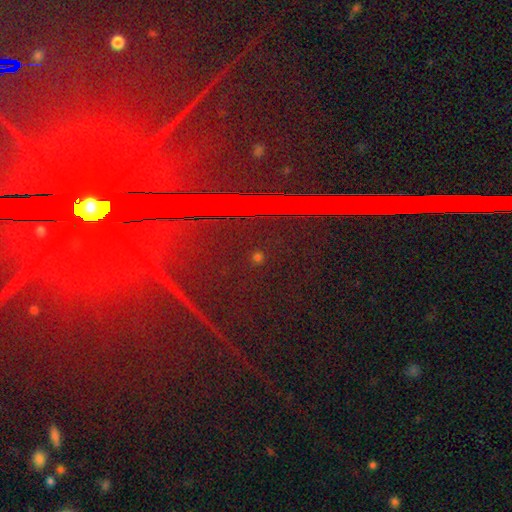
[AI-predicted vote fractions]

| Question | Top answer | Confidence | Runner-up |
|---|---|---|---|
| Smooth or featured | star or artifact | 84% | featured or disk (10%) |